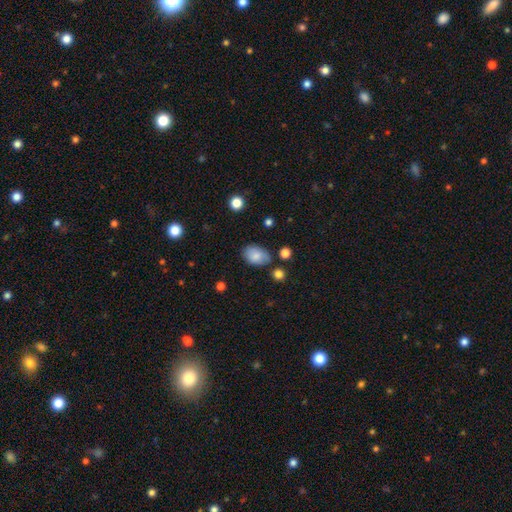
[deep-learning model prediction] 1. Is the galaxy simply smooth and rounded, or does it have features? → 83% smooth, 9% featured or disk, 8% star or artifact.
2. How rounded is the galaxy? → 87% in between, 12% round, 1% cigar-shaped.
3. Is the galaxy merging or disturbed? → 71% none, 20% minor disturbance, 4% major disturbance, 4% merger.